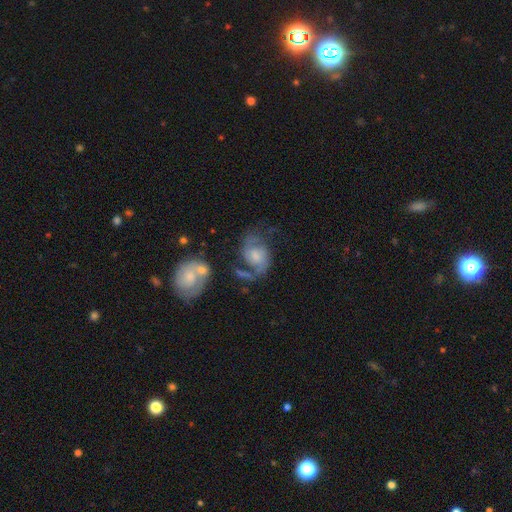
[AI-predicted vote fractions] Smooth or featured? featured or disk (81%)
Edge-on disk? no (98%)
Bar? no (58%)
Spiral arms? yes (95%)
Spiral winding? medium (50%)
Spiral arm count? 2 (87%)
Bulge size? moderate (40%)
Merging? none (51%)